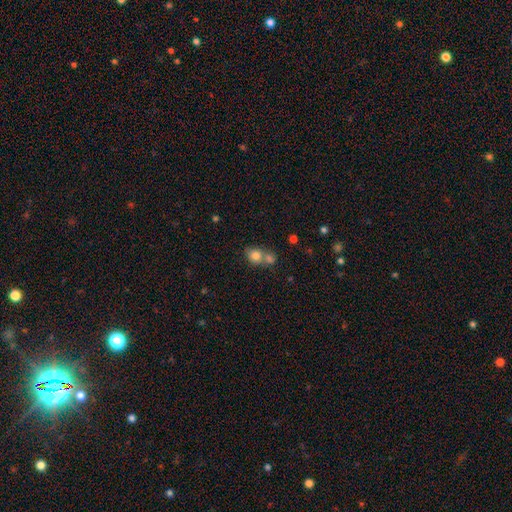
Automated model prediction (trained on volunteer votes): smooth 80%, star or artifact 10%, featured or disk 10%. Down the decision tree: how rounded — round (67%); merging — merger (50%).